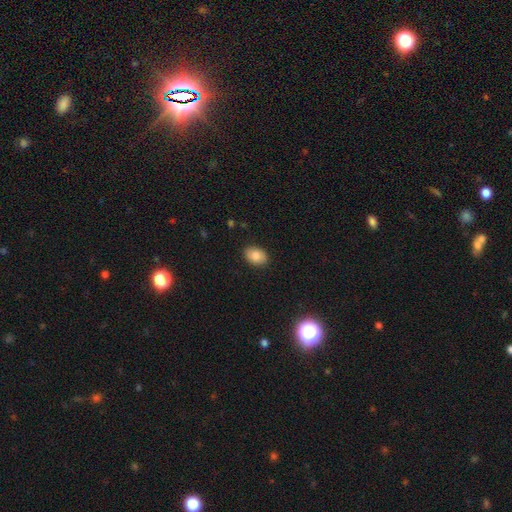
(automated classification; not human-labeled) A smooth galaxy with no disk features (84%) that is in between round and cigar-shaped (82%). Merging: none (88%).